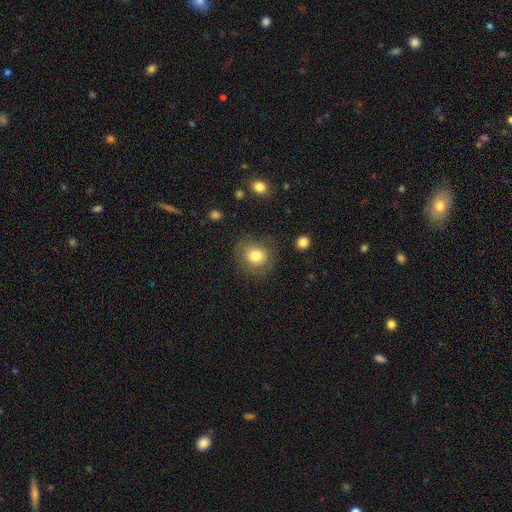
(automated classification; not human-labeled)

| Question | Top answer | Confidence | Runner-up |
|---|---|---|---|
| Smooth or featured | smooth | 78% | featured or disk (11%) |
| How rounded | round | 78% | in between (21%) |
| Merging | none | 78% | minor disturbance (14%) |